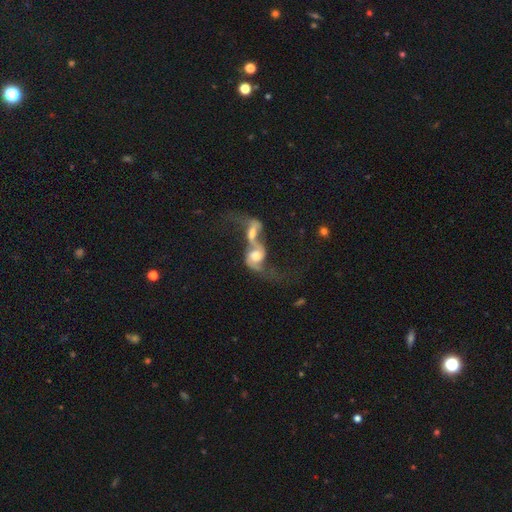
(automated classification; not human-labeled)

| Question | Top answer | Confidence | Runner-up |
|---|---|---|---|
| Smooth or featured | featured or disk | 68% | smooth (23%) |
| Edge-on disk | no | 94% | yes (6%) |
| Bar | no | 61% | weak (29%) |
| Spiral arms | yes | 81% | no (19%) |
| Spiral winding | loose | 74% | medium (20%) |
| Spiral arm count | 2 | 72% | 1 (14%) |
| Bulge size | moderate | 44% | large (32%) |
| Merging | merger | 81% | major disturbance (9%) |